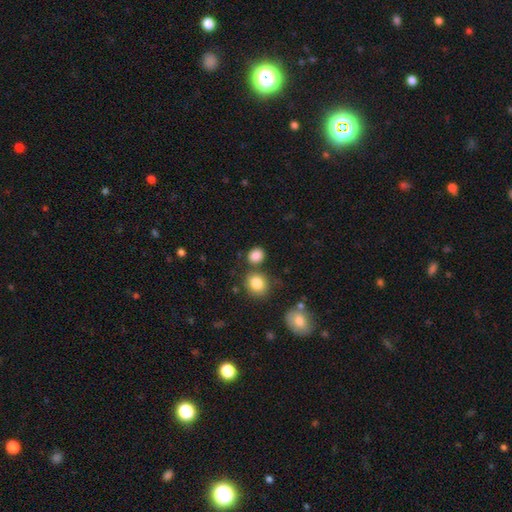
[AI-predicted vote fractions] Morphology: type=smooth (86%); roundness=round (67%); merging=none (73%).